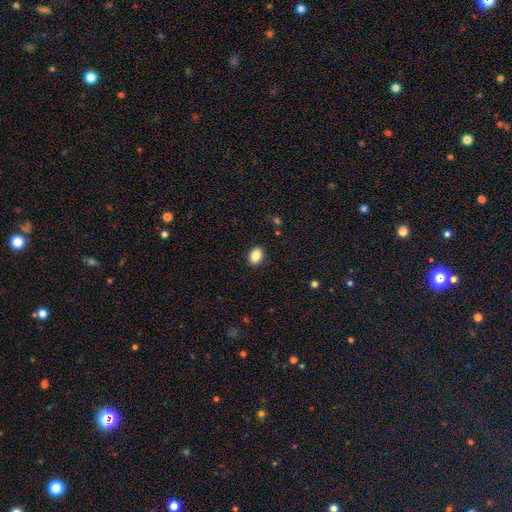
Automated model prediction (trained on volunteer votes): smooth_or_featured: smooth (p=0.86) [alt: star or artifact p=0.08]
how_rounded: in between (p=0.72) [alt: round p=0.27]
merging: none (p=0.90) [alt: minor disturbance p=0.07]